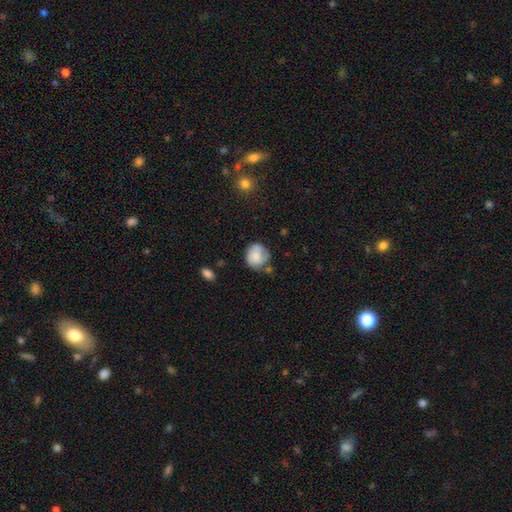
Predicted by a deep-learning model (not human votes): Smooth or featured? Predicted: smooth (p=0.65). How rounded? Predicted: round (p=0.82). Merging? Predicted: none (p=0.55).